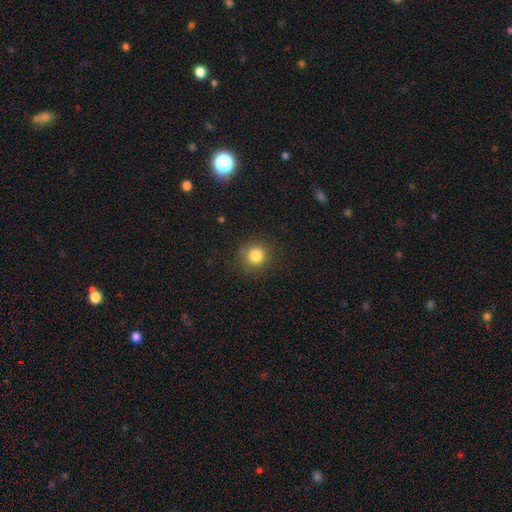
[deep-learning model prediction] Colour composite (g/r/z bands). It shows a smooth galaxy with no disk features (82%) that is round (92%). Merging: none (86%).